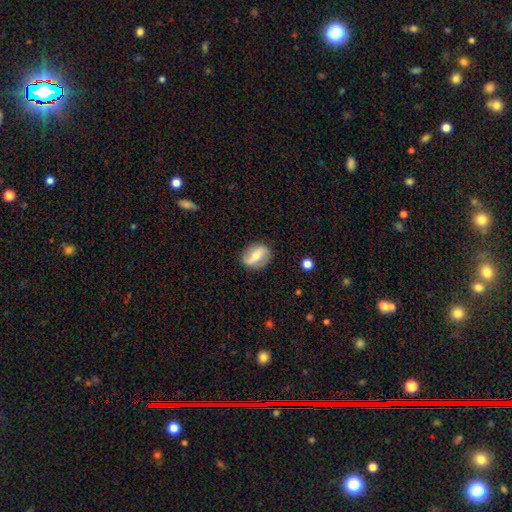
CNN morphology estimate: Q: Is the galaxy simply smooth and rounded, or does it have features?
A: featured or disk — 51%.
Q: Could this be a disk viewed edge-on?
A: no — 90%.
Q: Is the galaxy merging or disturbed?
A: none — 83%.